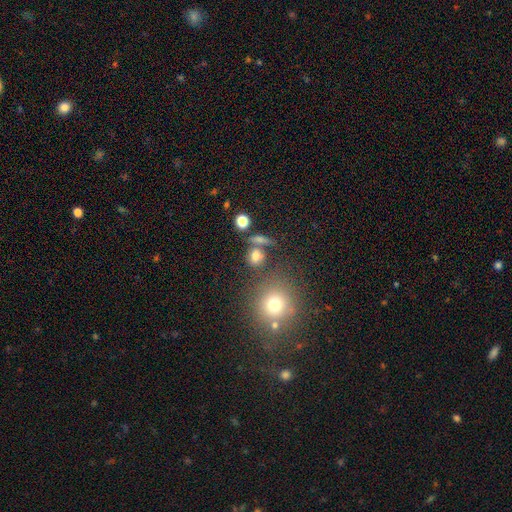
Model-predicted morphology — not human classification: The model was most divided on "how rounded": round: 53%, in between: 41%, cigar-shaped: 5%. More confident: smooth or featured — smooth (71%); merging — none (55%).